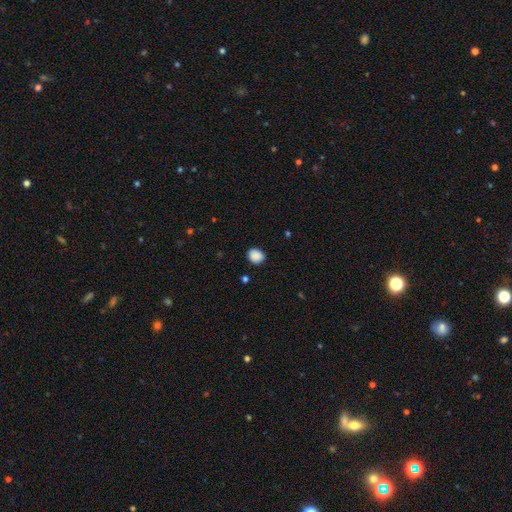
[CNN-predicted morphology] Smooth or featured? Predicted: smooth (p=0.88). How rounded? Predicted: round (p=0.58). Merging? Predicted: none (p=0.85).